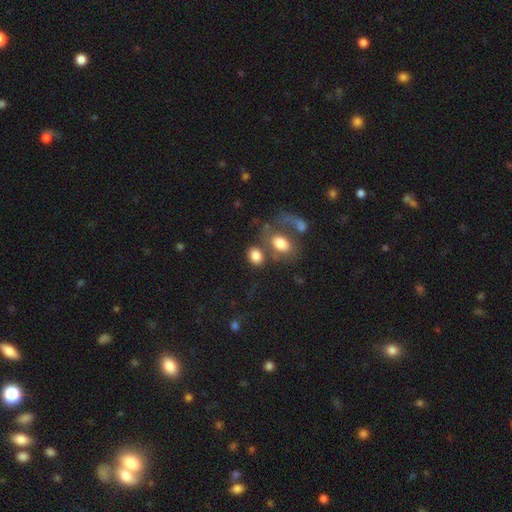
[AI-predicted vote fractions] This appears to be a smooth galaxy with no disk features (79%) that is in between round and cigar-shaped (69%). Merging: none (45%).